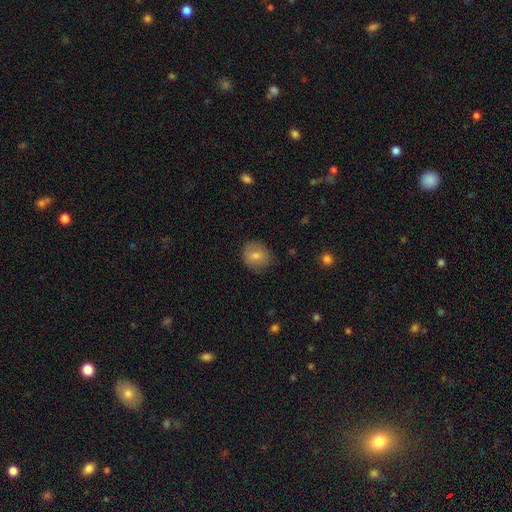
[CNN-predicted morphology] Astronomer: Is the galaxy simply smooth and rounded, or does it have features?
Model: smooth — 78%.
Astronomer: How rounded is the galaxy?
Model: round — 74%.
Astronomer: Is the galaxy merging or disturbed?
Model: none — 76%.